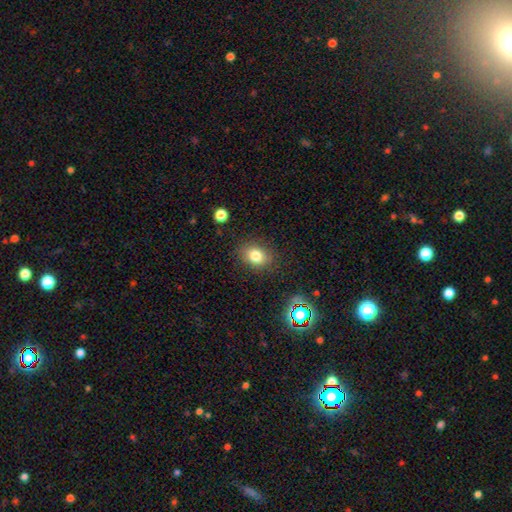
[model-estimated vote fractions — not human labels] Smooth or featured?
  - smooth: 79% *
  - star or artifact: 12%
  - featured or disk: 8%
How rounded?
  - in between: 58% *
  - round: 41%
  - cigar-shaped: 1%
Merging?
  - none: 83% *
  - minor disturbance: 12%
  - major disturbance: 4%
  - merger: 1%